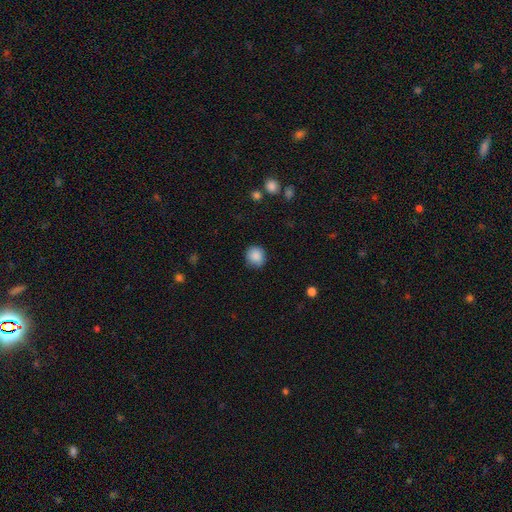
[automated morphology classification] smooth_or_featured: smooth (p=0.88) [alt: star or artifact p=0.08]
how_rounded: round (p=0.84) [alt: in between p=0.15]
merging: none (p=0.84) [alt: minor disturbance p=0.12]